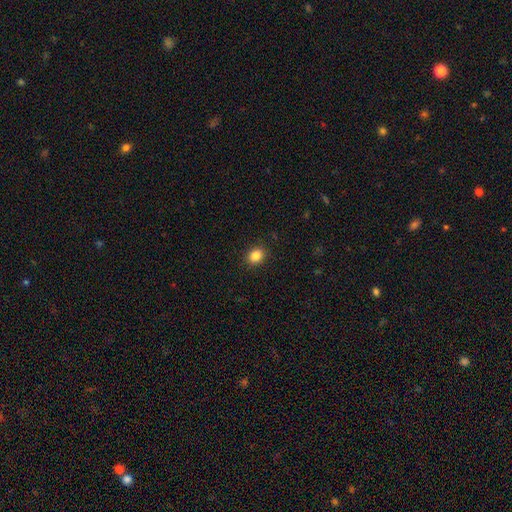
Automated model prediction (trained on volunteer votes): The model was most divided on "how rounded": round: 62%, in between: 37%, cigar-shaped: 1%. More confident: merging — none (90%); smooth or featured — smooth (85%).